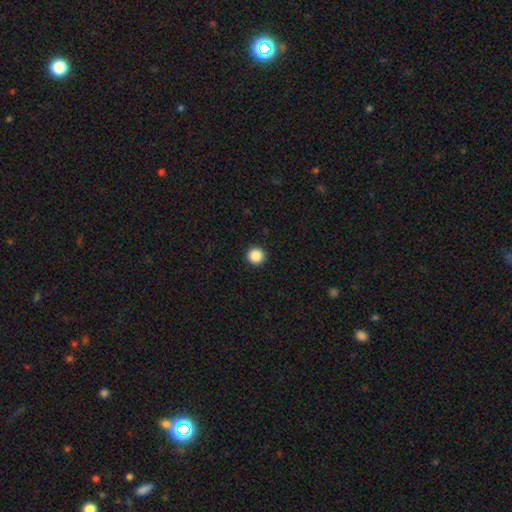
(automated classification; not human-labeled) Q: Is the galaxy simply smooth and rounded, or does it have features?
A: smooth — 88%.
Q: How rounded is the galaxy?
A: round — 96%.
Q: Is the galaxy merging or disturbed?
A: none — 94%.